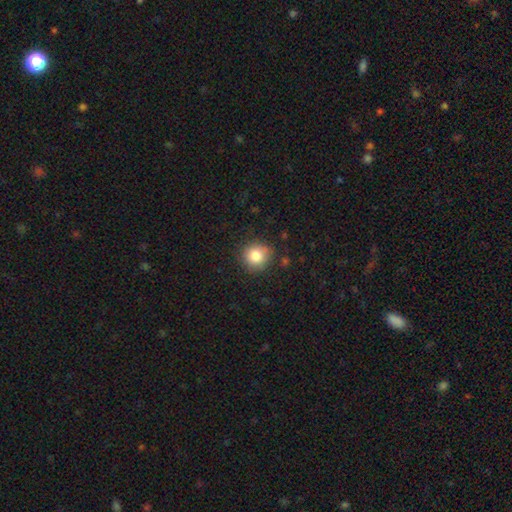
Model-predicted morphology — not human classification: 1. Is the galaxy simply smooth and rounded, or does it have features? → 82% smooth, 10% star or artifact, 7% featured or disk.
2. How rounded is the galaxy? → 89% round, 10% in between, 1% cigar-shaped.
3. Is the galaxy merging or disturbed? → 84% none, 11% minor disturbance, 3% major disturbance, 2% merger.